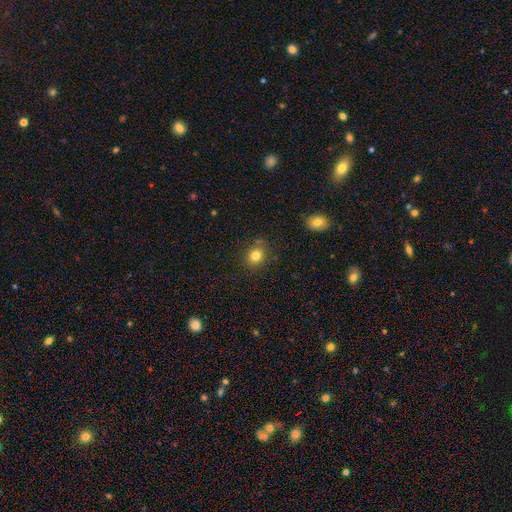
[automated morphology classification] Smooth or featured: smooth — 80% (star or artifact — 13%)
How rounded: round — 74% (in between — 25%)
Merging: none — 82% (minor disturbance — 11%)